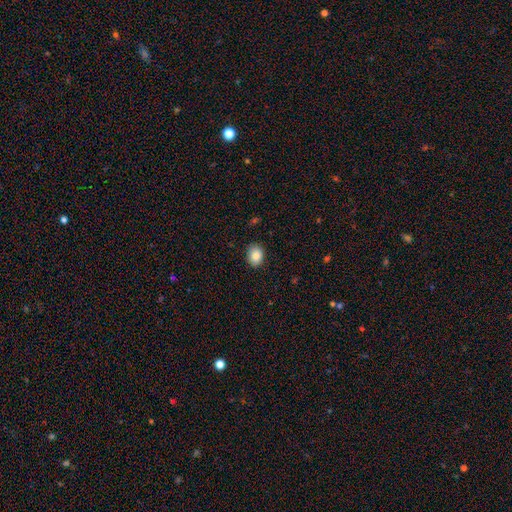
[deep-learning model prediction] smooth 87%, star or artifact 8%, featured or disk 5%. Down the decision tree: how rounded — in between (59%); merging — none (86%).